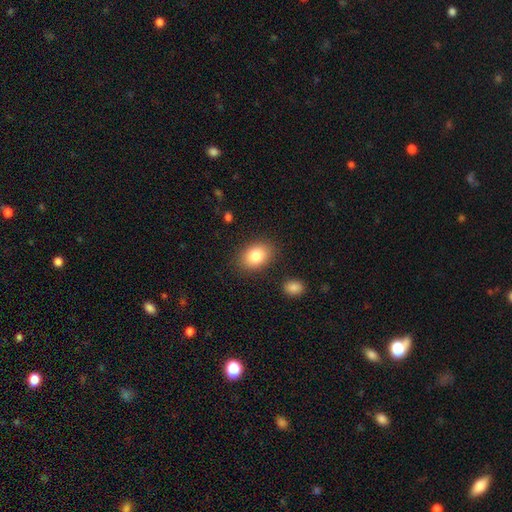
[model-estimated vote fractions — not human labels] Smooth or featured? Predicted: smooth (p=0.84). How rounded? Predicted: in between (p=0.79). Merging? Predicted: none (p=0.85).